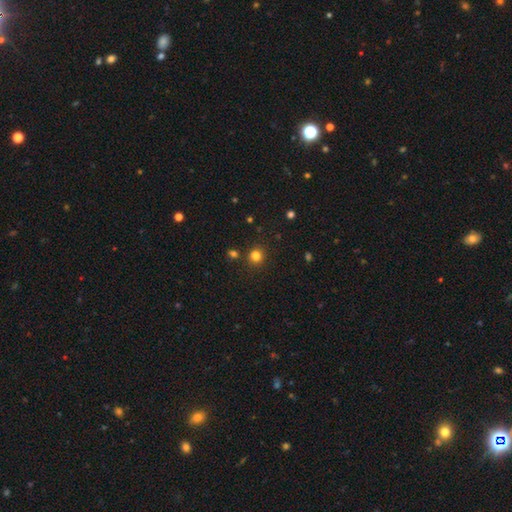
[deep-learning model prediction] This appears to be a smooth galaxy with no disk features (80%) that is round (84%). Merging: none (83%).